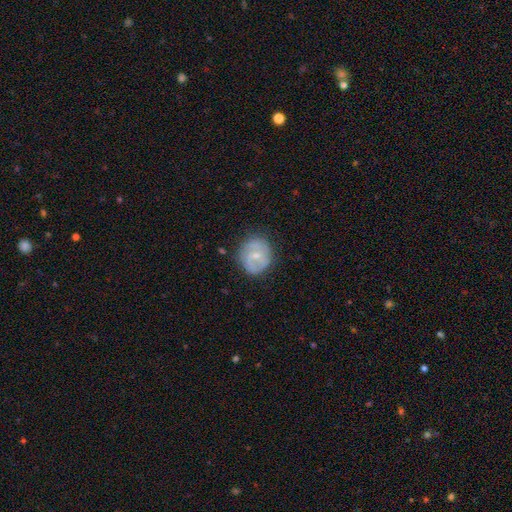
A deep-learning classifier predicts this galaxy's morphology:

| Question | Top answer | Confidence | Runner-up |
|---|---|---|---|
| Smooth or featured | featured or disk | 63% | smooth (31%) |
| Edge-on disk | no | 97% | yes (3%) |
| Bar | weak | 45% | no (44%) |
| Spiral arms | yes | 77% | no (23%) |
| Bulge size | small | 59% | moderate (35%) |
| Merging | none | 73% | minor disturbance (19%) |